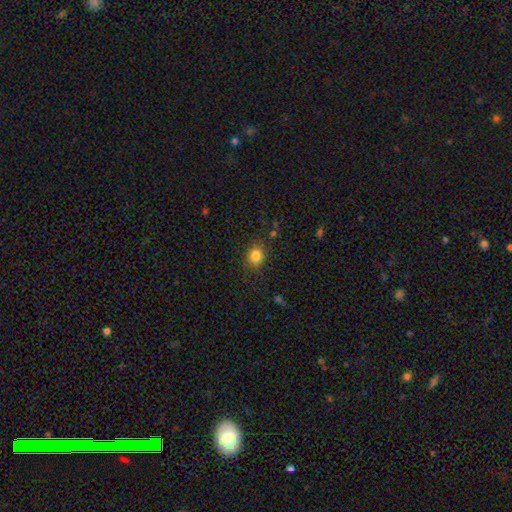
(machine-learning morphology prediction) This is clearly a smooth galaxy (83%). How rounded: possibly round (59%). Merging: clearly none (81%).